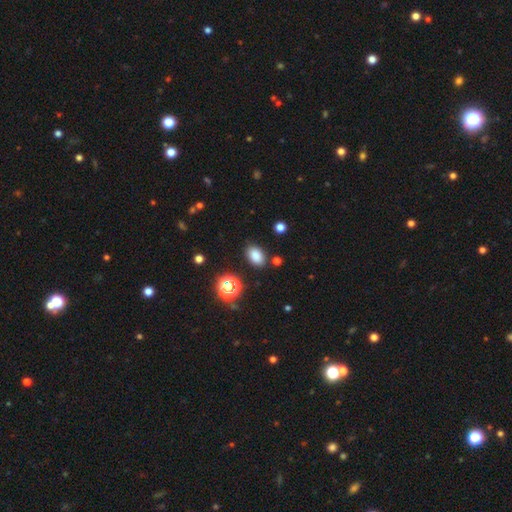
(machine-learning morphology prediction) smooth 80%, star or artifact 15%, featured or disk 5%. Down the decision tree: how rounded — in between (84%); merging — none (84%).